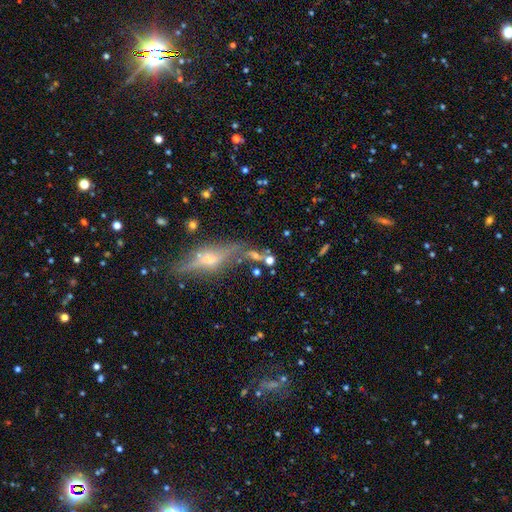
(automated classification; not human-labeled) A featured or disk galaxy (47%). Merging: none (58%).